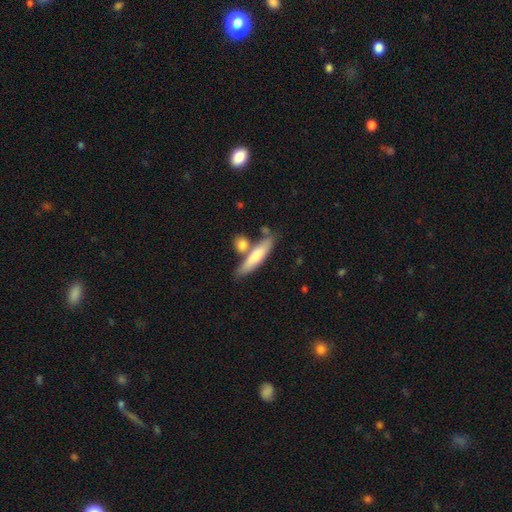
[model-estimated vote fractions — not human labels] Smooth or featured? smooth (66%)
How rounded? cigar-shaped (75%)
Merging? none (61%)